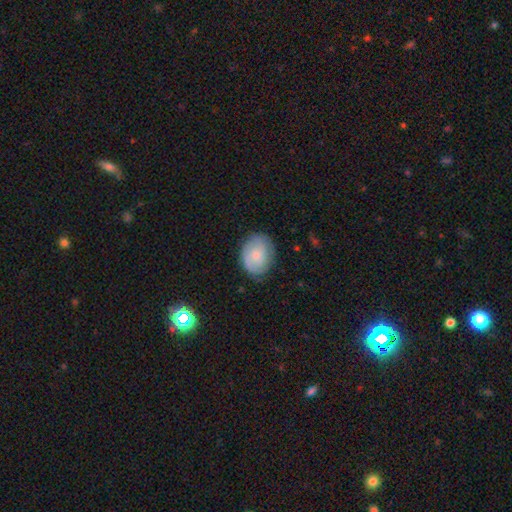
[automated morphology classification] A smooth galaxy with no disk features (47%).

Vote fractions:
- Smooth or featured? smooth: 47% / featured or disk: 45% / star or artifact: 7%
- Merging? none: 76% / minor disturbance: 17% / major disturbance: 5% / merger: 1%